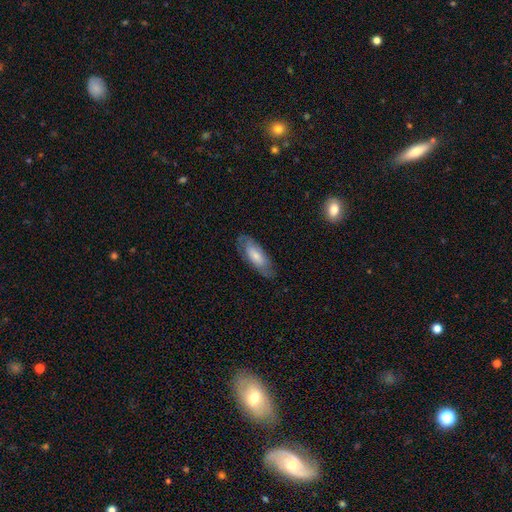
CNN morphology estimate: A smooth galaxy with no disk features (62%) that is in between round and cigar-shaped (69%). Merging: none (76%).